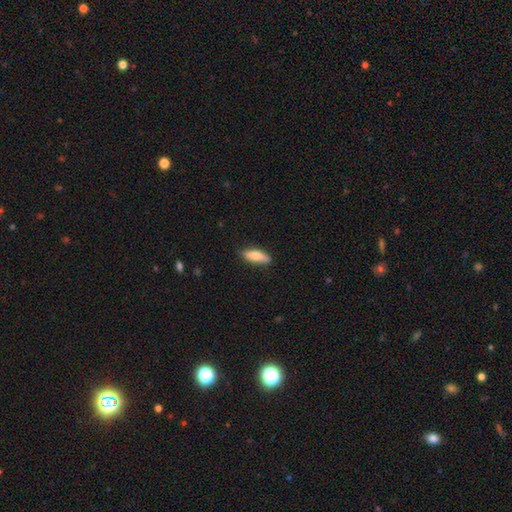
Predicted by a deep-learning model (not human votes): This appears to be a smooth galaxy with no disk features (79%) that is in between round and cigar-shaped (61%). Merging: none (83%).